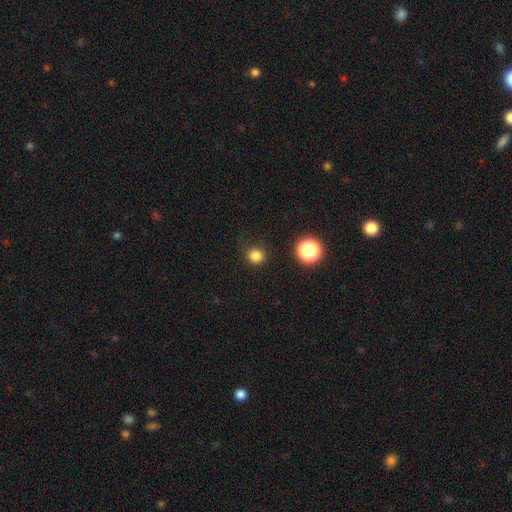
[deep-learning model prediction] Smooth or featured?
  - smooth: 80% *
  - star or artifact: 16%
  - featured or disk: 4%
How rounded?
  - round: 91% *
  - in between: 8%
  - cigar-shaped: 1%
Merging?
  - none: 83% *
  - minor disturbance: 11%
  - major disturbance: 4%
  - merger: 2%